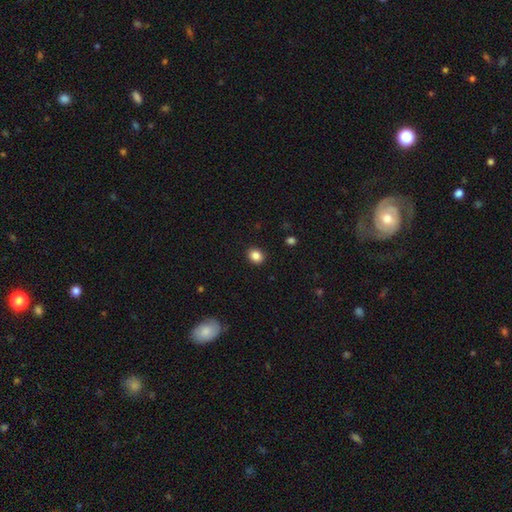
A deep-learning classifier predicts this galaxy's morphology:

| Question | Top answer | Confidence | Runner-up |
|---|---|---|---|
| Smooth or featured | smooth | 86% | star or artifact (10%) |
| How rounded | round | 67% | in between (32%) |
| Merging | none | 91% | minor disturbance (6%) |